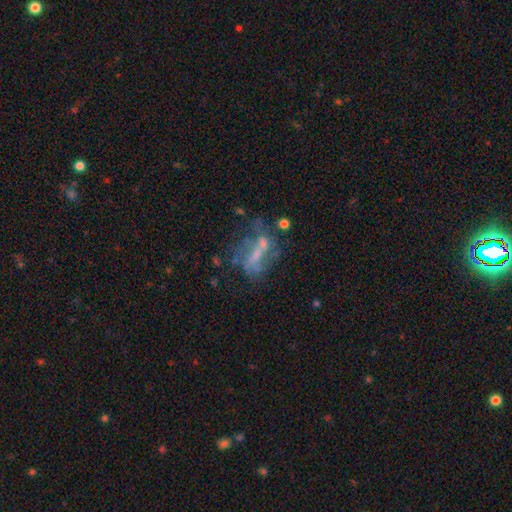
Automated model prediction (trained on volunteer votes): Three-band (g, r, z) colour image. It shows a featured or disk galaxy (58%) with no bar (49%), no spiral arms (69%) and no central bulge (41%). Merging: none (33%).